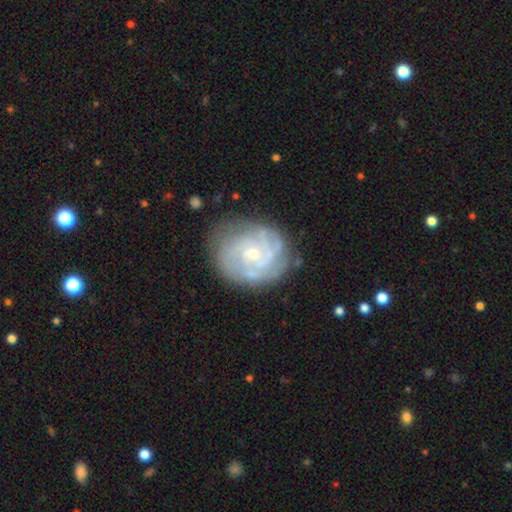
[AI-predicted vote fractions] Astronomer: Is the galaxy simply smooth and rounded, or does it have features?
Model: featured or disk — 76%.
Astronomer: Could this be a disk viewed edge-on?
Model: no — 97%.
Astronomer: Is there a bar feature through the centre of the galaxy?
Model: no — 69%.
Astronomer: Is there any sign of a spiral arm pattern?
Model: yes — 89%.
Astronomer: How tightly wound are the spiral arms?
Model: tight — 65%.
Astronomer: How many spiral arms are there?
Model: can't tell — 42% (runner-up: 2, 18%).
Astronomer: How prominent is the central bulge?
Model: small — 63%.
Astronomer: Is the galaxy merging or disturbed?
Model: none — 74%.